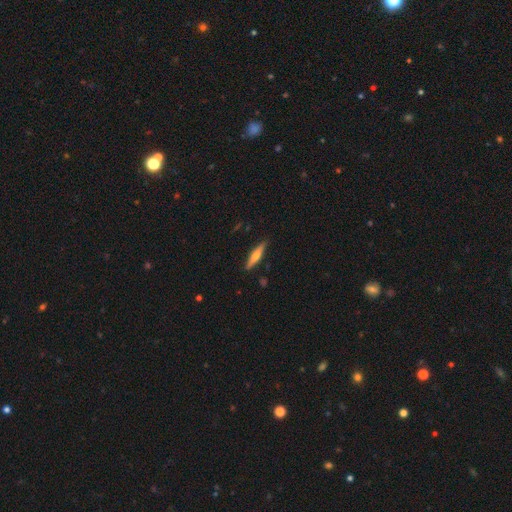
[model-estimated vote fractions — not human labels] Smooth or featured?
  - featured or disk: 55% *
  - smooth: 40%
  - star or artifact: 6%
Edge-on disk?
  - yes: 96% *
  - no: 4%
Edge-on bulge?
  - rounded: 87% *
  - boxy: 7%
  - none: 6%
Merging?
  - none: 87% *
  - minor disturbance: 10%
  - major disturbance: 2%
  - merger: 1%